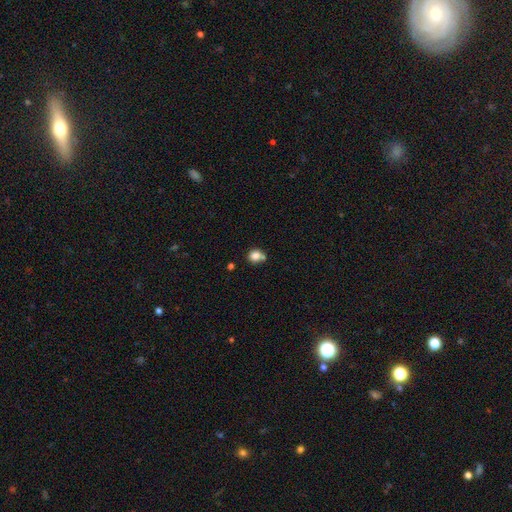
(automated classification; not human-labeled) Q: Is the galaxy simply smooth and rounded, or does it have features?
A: smooth — 82%.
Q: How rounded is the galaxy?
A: round — 75%.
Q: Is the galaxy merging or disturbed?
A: none — 56%.